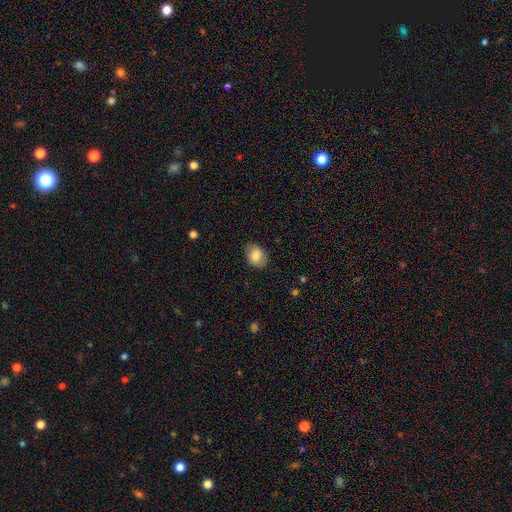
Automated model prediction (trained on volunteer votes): This appears to be a smooth galaxy with no disk features (82%) that is in between round and cigar-shaped (67%). Merging: none (83%).